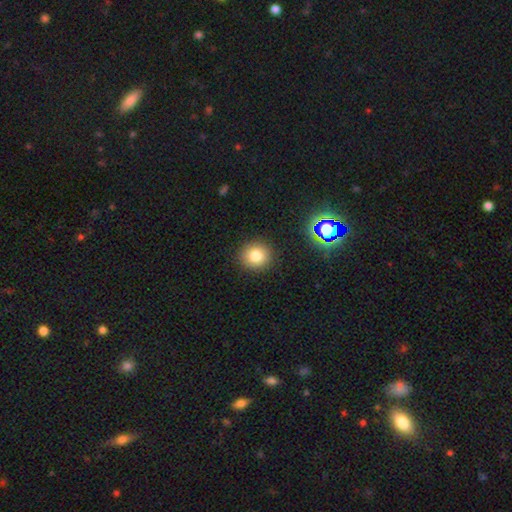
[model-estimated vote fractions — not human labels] Q: Smooth or featured?
A: smooth (80%); runner-up: star or artifact (13%)
Q: How rounded?
A: round (89%); runner-up: in between (10%)
Q: Merging?
A: none (90%); runner-up: minor disturbance (6%)